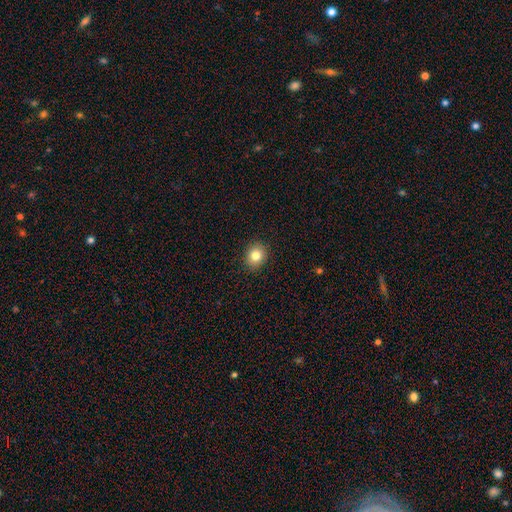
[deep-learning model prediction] Q: Smooth or featured?
A: smooth (82%); runner-up: star or artifact (10%)
Q: How rounded?
A: round (75%); runner-up: in between (24%)
Q: Merging?
A: none (91%); runner-up: minor disturbance (7%)